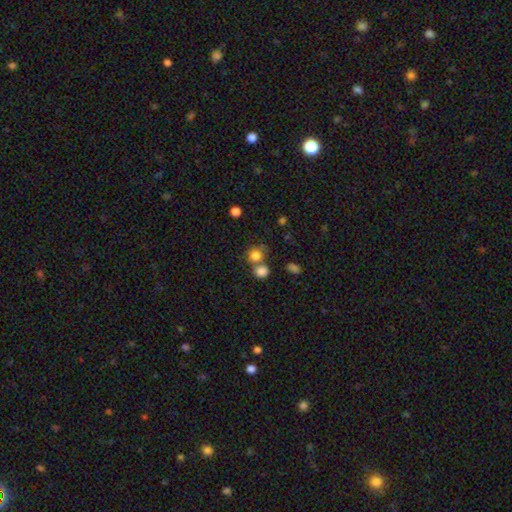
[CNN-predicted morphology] Smooth or featured?
  - smooth: 80% *
  - star or artifact: 12%
  - featured or disk: 8%
How rounded?
  - round: 83% *
  - in between: 16%
  - cigar-shaped: 1%
Merging?
  - none: 51% *
  - merger: 34%
  - minor disturbance: 10%
  - major disturbance: 5%